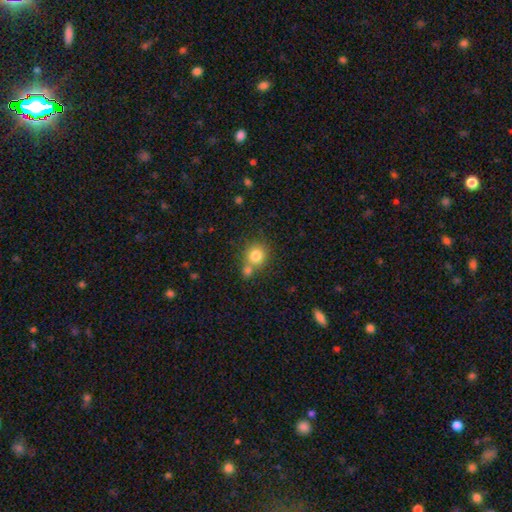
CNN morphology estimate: Smooth or featured?
  - smooth: 80% *
  - star or artifact: 11%
  - featured or disk: 9%
How rounded?
  - round: 88% *
  - in between: 12%
  - cigar-shaped: 1%
Merging?
  - none: 56% *
  - merger: 32%
  - minor disturbance: 9%
  - major disturbance: 3%